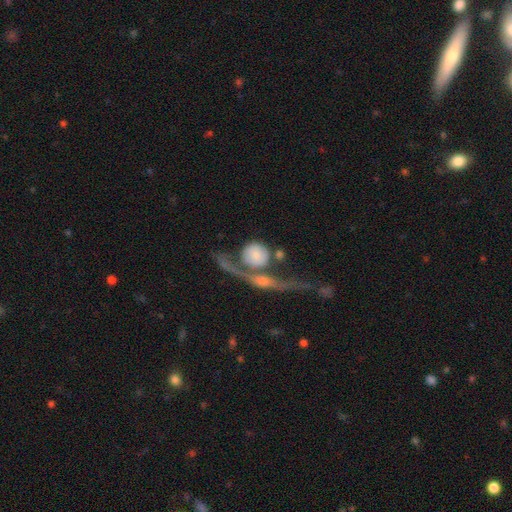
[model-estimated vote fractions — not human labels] Smooth or featured? Predicted: smooth (p=0.58). How rounded? Predicted: round (p=0.84). Merging? Predicted: merger (p=0.34).